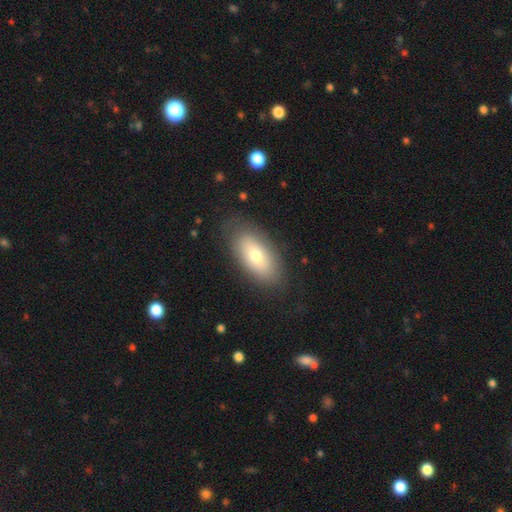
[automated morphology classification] Q: Smooth or featured?
A: smooth (66%); runner-up: featured or disk (25%)
Q: How rounded?
A: in between (90%); runner-up: cigar-shaped (5%)
Q: Merging?
A: none (82%); runner-up: minor disturbance (13%)